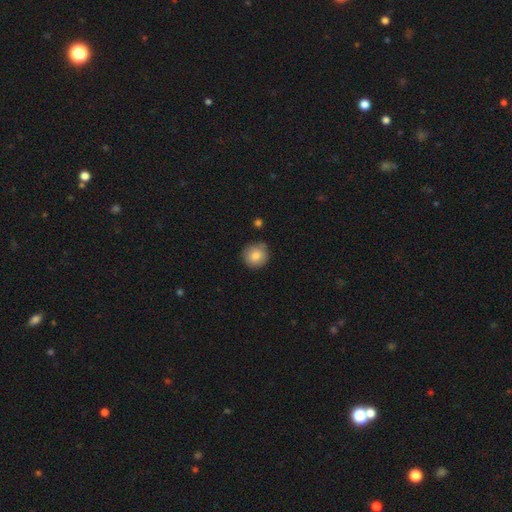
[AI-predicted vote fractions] A smooth galaxy with no disk features (83%) that is round (93%). Merging: none (83%).